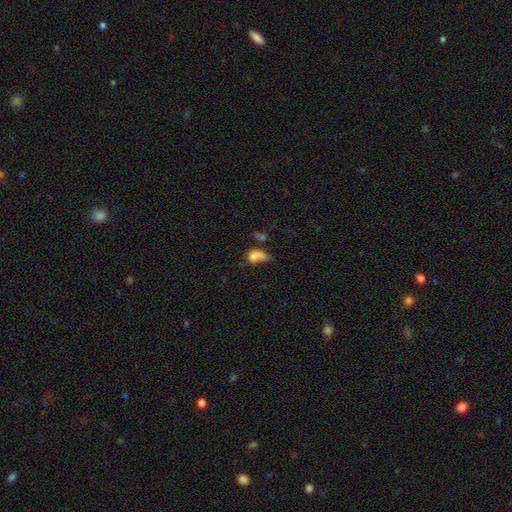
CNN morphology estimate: smooth 69%, featured or disk 18%, star or artifact 13%. Down the decision tree: how rounded — in between (69%); merging — merger (38%).